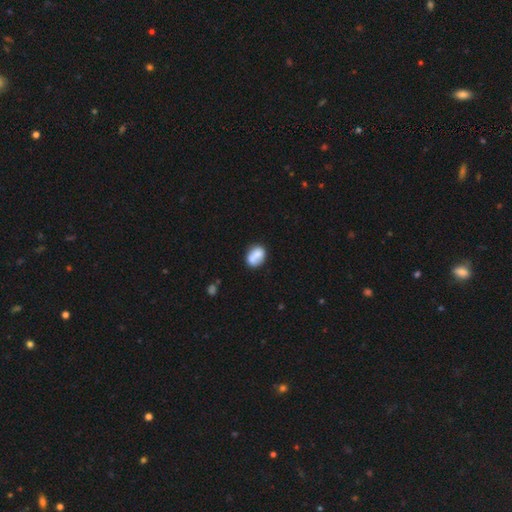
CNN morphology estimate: A smooth galaxy with no disk features (75%) that is in between round and cigar-shaped (68%). Merging: none (56%).